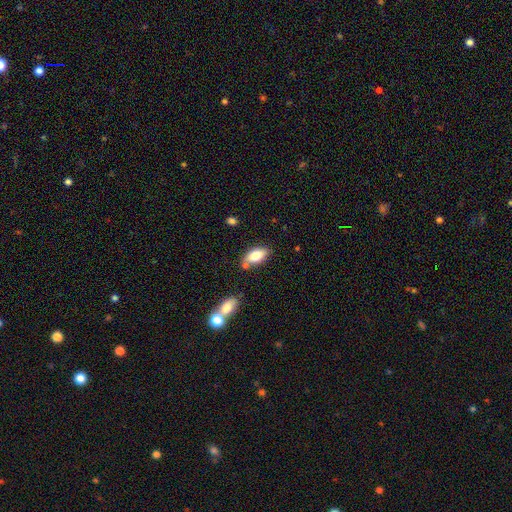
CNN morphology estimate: smooth_or_featured: smooth (p=0.77) [alt: featured or disk p=0.15]
how_rounded: in between (p=0.89) [alt: cigar-shaped p=0.08]
merging: none (p=0.69) [alt: minor disturbance p=0.16]